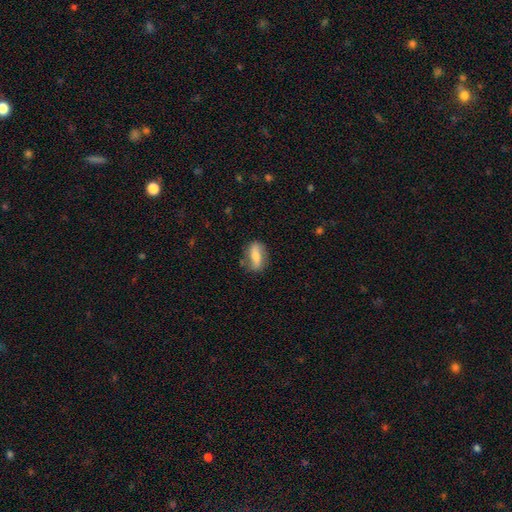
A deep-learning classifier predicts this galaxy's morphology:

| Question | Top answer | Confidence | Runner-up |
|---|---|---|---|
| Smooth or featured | smooth | 48% | featured or disk (44%) |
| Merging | none | 76% | minor disturbance (17%) |